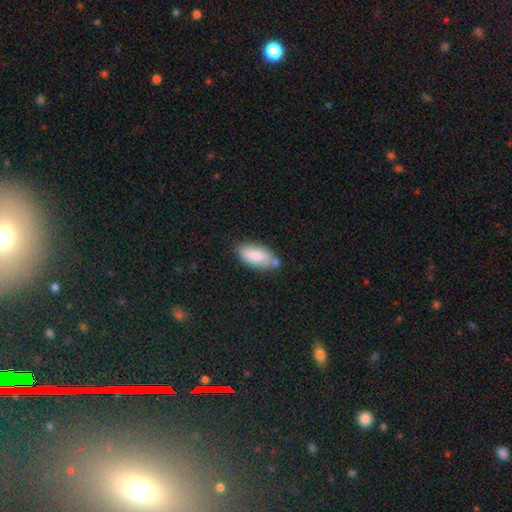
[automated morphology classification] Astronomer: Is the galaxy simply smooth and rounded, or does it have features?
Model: smooth — 82%.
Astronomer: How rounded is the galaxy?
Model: in between — 89%.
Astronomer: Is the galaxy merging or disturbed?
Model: none — 59%.